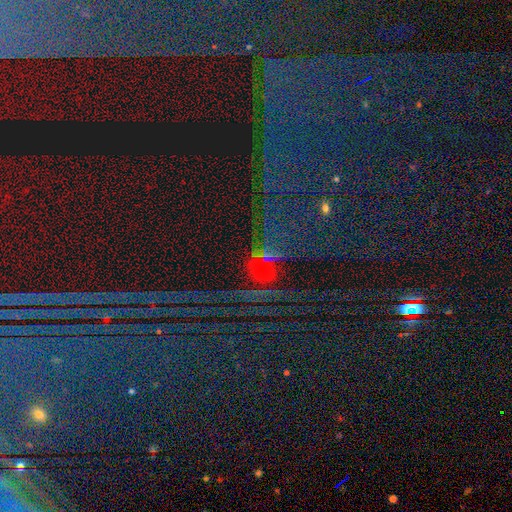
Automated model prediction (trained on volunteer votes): A star or artifact, not a galaxy (69%).